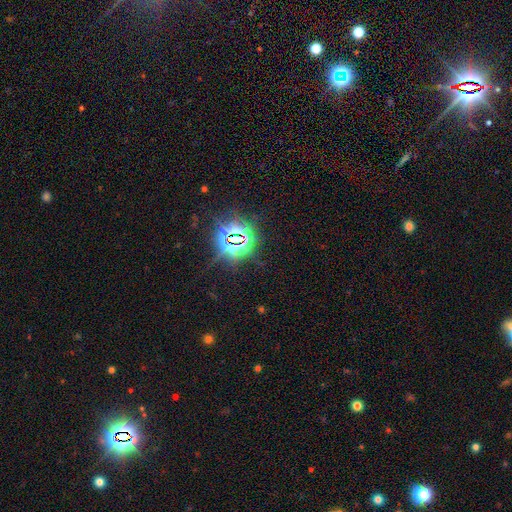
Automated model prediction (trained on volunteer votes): A star or artifact, not a galaxy (83%).

Vote fractions:
- Smooth or featured? star or artifact: 83% / smooth: 10% / featured or disk: 7%